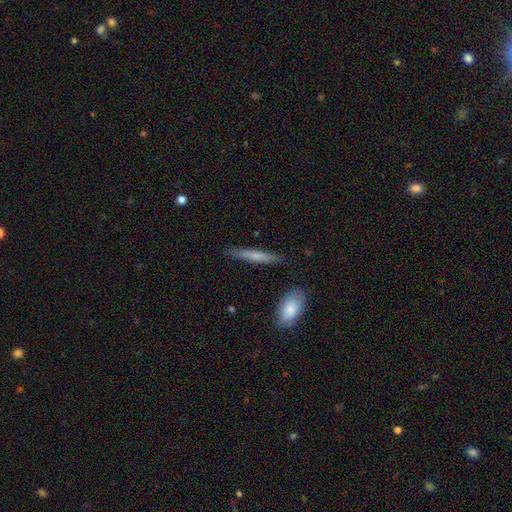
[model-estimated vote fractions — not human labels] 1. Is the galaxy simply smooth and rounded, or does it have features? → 67% smooth, 28% featured or disk, 6% star or artifact.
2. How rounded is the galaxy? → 92% cigar-shaped, 7% in between, 2% round.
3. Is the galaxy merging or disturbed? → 87% none, 9% minor disturbance, 2% merger, 2% major disturbance.